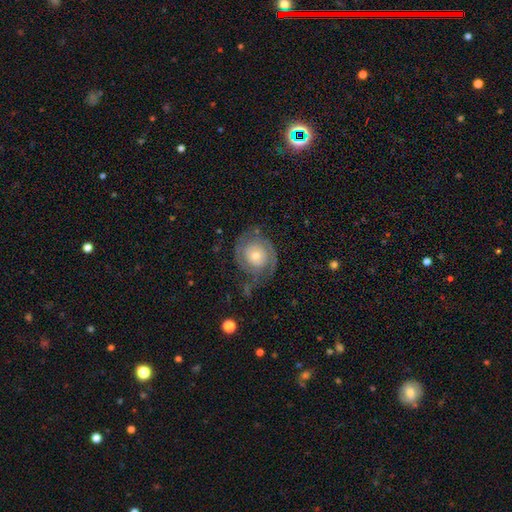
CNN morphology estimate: Overall: featured or disk (79%). Edge-on disk: no (97%). Bar: no (79%). Spiral arms: yes (90%). Spiral arm count: 2 (69%). Spiral winding: tight (59%; medium 30%). Bulge size: small (52%; moderate 41%). Merging: none (66%).